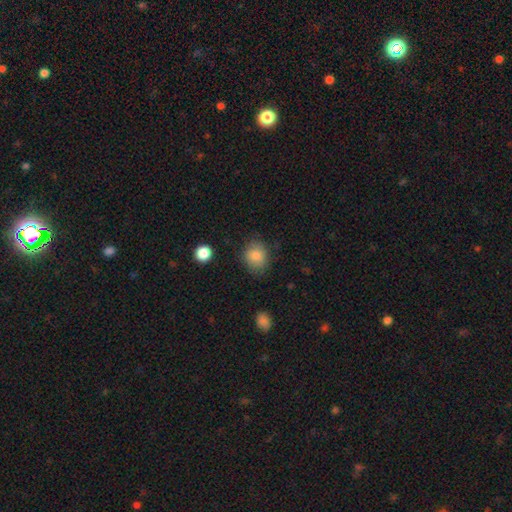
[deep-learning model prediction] A smooth galaxy with no disk features (84%) that is round (70%).

Vote fractions:
- Smooth or featured? smooth: 84% / star or artifact: 9% / featured or disk: 7%
- How rounded? round: 70% / in between: 29% / cigar-shaped: 1%
- Merging? none: 80% / minor disturbance: 14% / major disturbance: 4% / merger: 2%